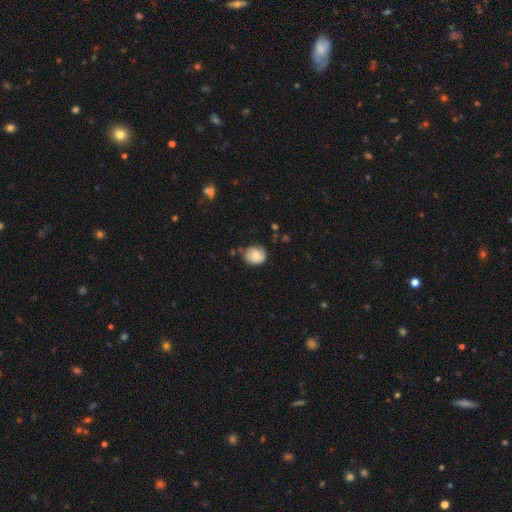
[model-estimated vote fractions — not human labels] This is likely a smooth galaxy (66%). How rounded: likely round (63%). Merging: likely none (62%).